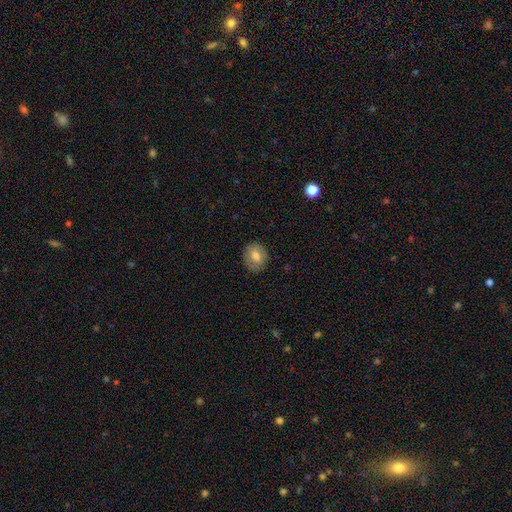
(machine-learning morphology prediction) smooth 69%, featured or disk 22%, star or artifact 8%. Down the decision tree: how rounded — round (57%); merging — none (81%).